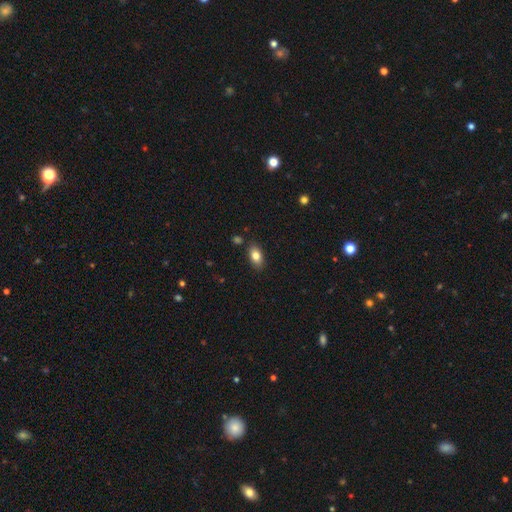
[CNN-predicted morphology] Smooth or featured: smooth — 82% (featured or disk — 10%)
How rounded: in between — 90% (round — 7%)
Merging: none — 83% (minor disturbance — 11%)